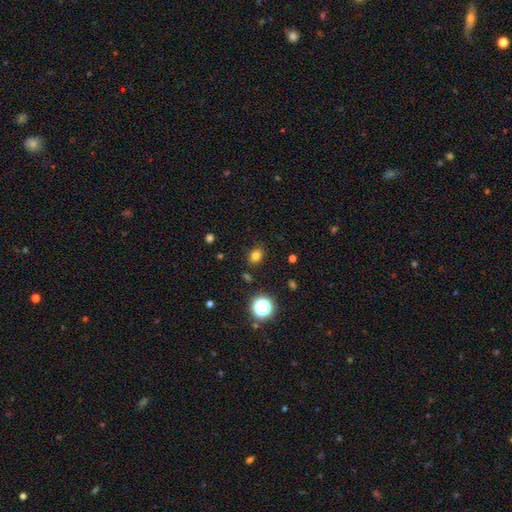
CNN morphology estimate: The model was most divided on "how rounded": in between: 54%, round: 44%, cigar-shaped: 1%. More confident: merging — none (84%); smooth or featured — smooth (78%).